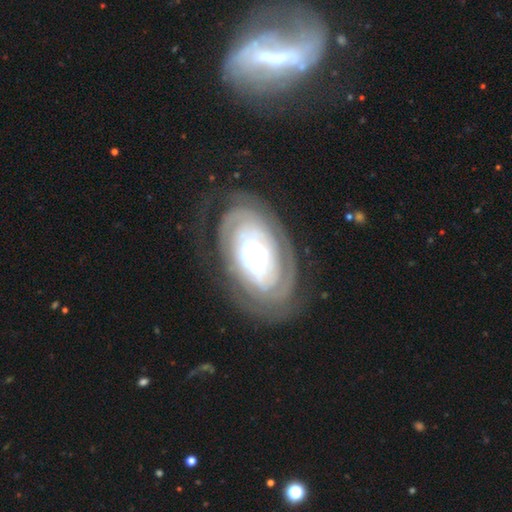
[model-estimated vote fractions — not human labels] Smooth or featured? Predicted: featured or disk (p=0.83). Edge-on disk? Predicted: no (p=0.95). Bar? Predicted: no (p=0.76). Spiral arms? Predicted: yes (p=0.86). Spiral winding? Predicted: tight (p=0.79). Spiral arm count? Predicted: can't tell (p=0.47). Bulge size? Predicted: moderate (p=0.59). Merging? Predicted: none (p=0.70).